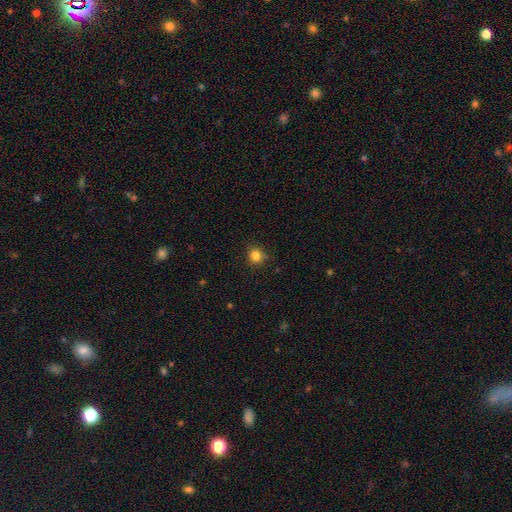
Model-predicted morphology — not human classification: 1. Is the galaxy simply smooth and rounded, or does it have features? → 83% smooth, 13% star or artifact, 5% featured or disk.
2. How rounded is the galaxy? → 88% round, 12% in between, 1% cigar-shaped.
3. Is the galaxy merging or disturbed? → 86% none, 11% minor disturbance, 2% major disturbance, 1% merger.